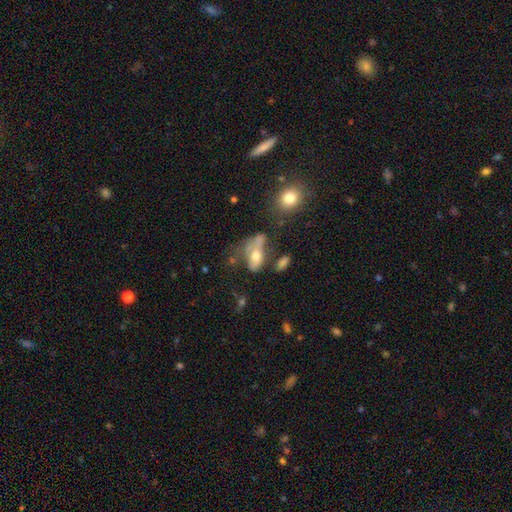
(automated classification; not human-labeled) Smooth or featured? Predicted: smooth (p=0.50). How rounded? Predicted: in between (p=0.84). Merging? Predicted: major disturbance (p=0.31).